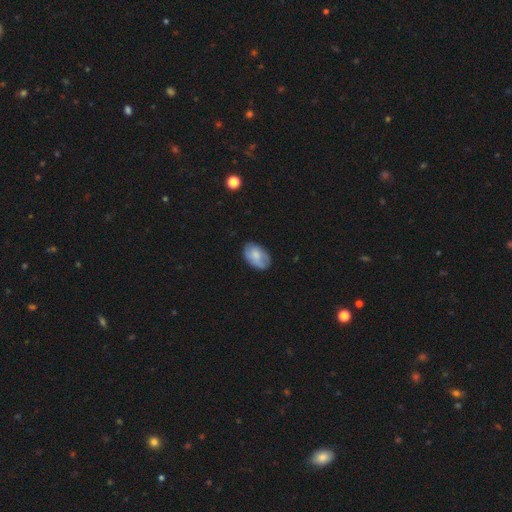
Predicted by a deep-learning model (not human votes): Q: Smooth or featured?
A: smooth (70%); runner-up: featured or disk (24%)
Q: How rounded?
A: in between (90%); runner-up: round (8%)
Q: Merging?
A: none (72%); runner-up: minor disturbance (22%)